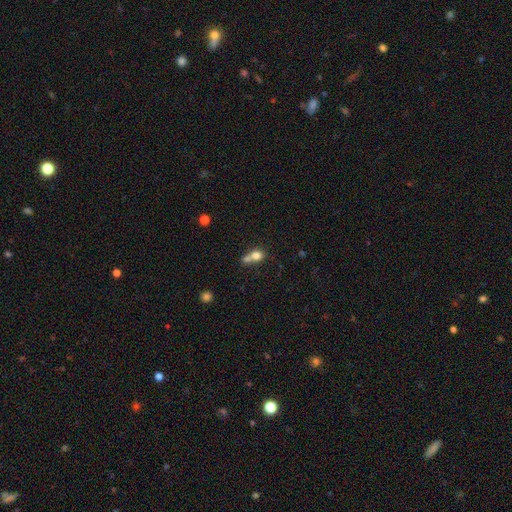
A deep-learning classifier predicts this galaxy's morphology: Smooth or featured: smooth — 75% (featured or disk — 14%)
How rounded: round — 57% (in between — 41%)
Merging: merger — 58% (none — 29%)